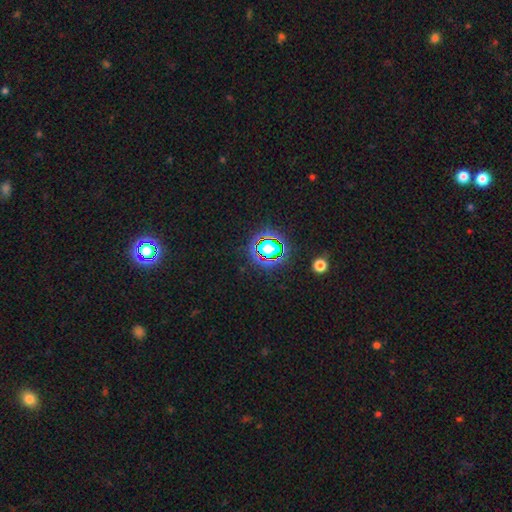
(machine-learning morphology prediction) A star or artifact, not a galaxy (77%).